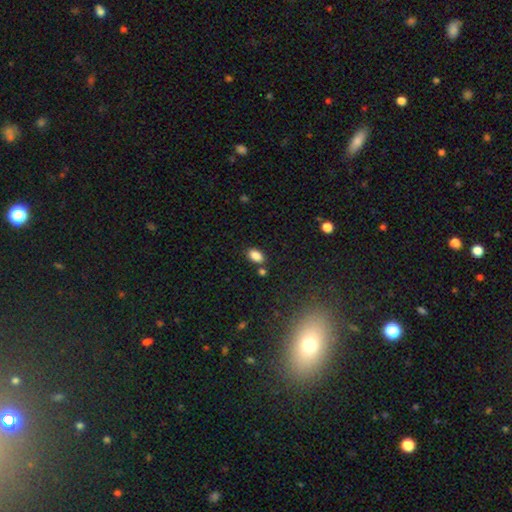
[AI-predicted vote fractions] smooth_or_featured: smooth (p=0.86) [alt: star or artifact p=0.09]
how_rounded: in between (p=0.90) [alt: round p=0.08]
merging: none (p=0.80) [alt: minor disturbance p=0.11]